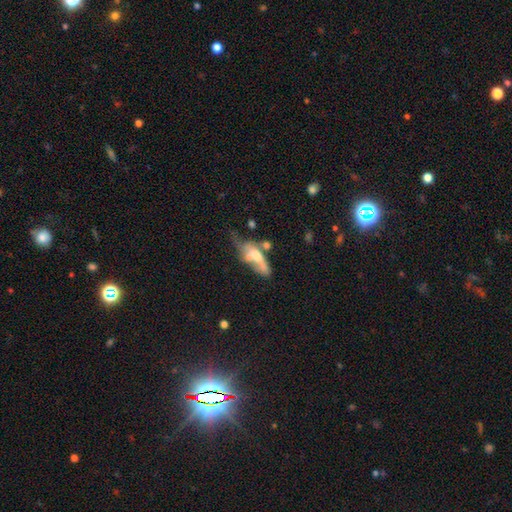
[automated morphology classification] type=featured or disk (47%); merging=merger (30%, tied with major disturbance).